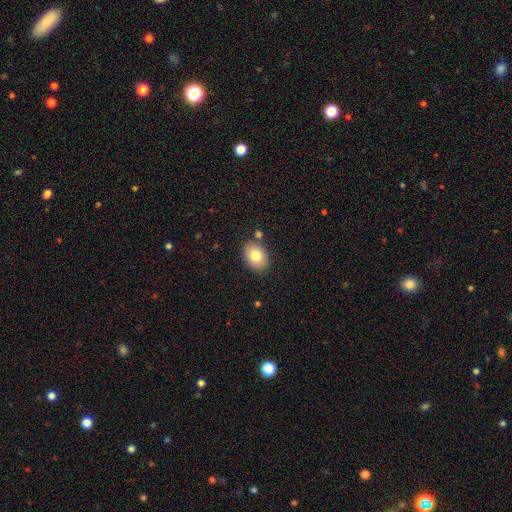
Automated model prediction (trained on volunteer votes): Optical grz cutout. It shows a smooth galaxy with no disk features (79%) that is in between round and cigar-shaped (74%). Merging: none (82%).